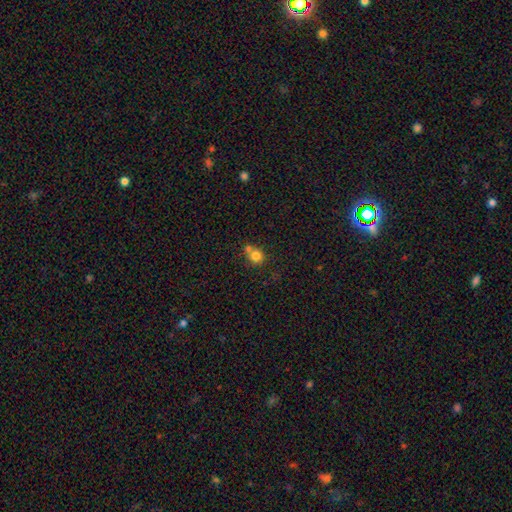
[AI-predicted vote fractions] This appears to be a smooth galaxy with no disk features (79%) that is round (84%). Merging: none (47%).